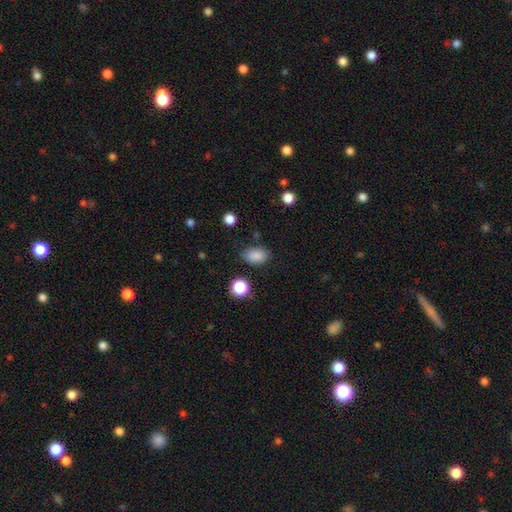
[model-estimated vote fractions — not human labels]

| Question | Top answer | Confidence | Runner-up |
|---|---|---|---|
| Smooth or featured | smooth | 86% | star or artifact (10%) |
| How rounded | in between | 85% | round (13%) |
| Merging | none | 79% | minor disturbance (15%) |